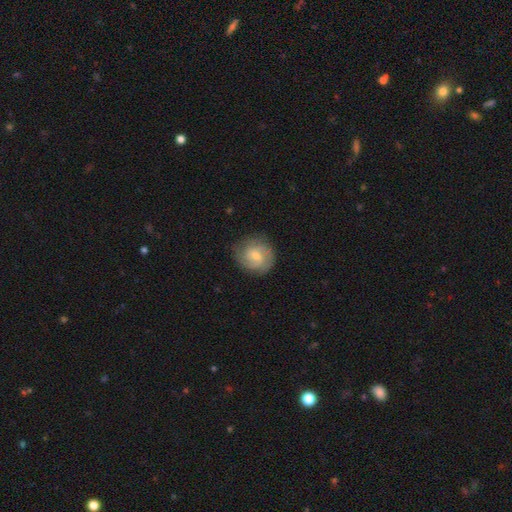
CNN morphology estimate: Smooth or featured?
  - featured or disk: 63% *
  - smooth: 30%
  - star or artifact: 7%
Edge-on disk?
  - no: 97% *
  - yes: 3%
Bar?
  - no: 49% *
  - weak: 43%
  - strong: 8%
Spiral arms?
  - yes: 90% *
  - no: 10%
Spiral winding?
  - tight: 58% *
  - medium: 33%
  - loose: 9%
Spiral arm count?
  - 2: 50% *
  - can't tell: 27%
  - 3: 13%
  - 1: 5%
  - 4: 3%
  - more than 4: 3%
Bulge size?
  - small: 54% *
  - moderate: 41%
  - none: 3%
  - large: 2%
  - dominant: 1%
Merging?
  - none: 80% *
  - minor disturbance: 14%
  - major disturbance: 4%
  - merger: 1%